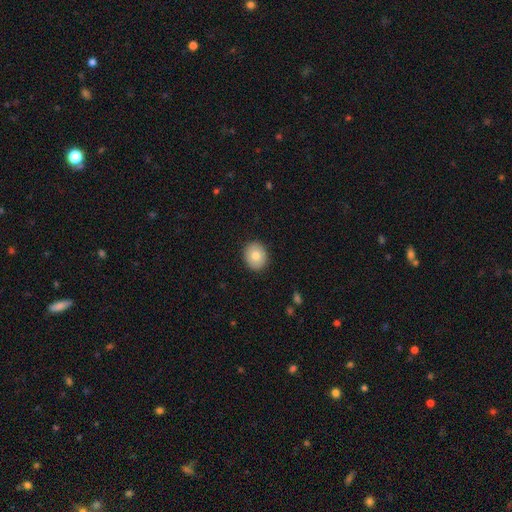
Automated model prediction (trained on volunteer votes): This appears to be a smooth galaxy with no disk features (81%) that is round (68%). Merging: none (90%).